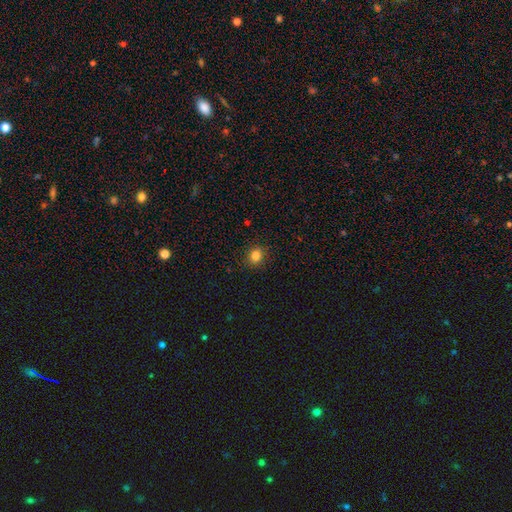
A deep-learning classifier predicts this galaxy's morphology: smooth_or_featured: smooth (p=0.83) [alt: star or artifact p=0.12]
how_rounded: round (p=0.69) [alt: in between p=0.30]
merging: none (p=0.89) [alt: minor disturbance p=0.08]